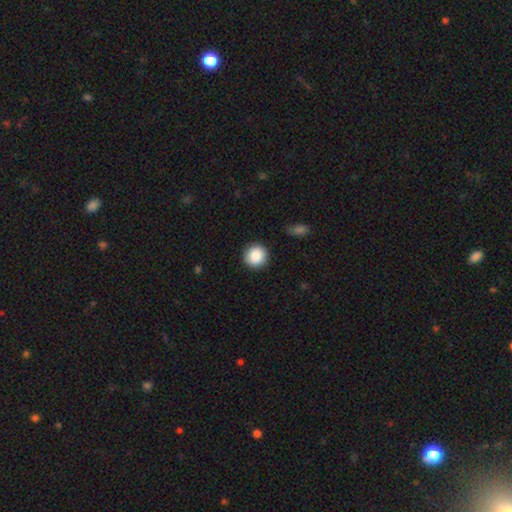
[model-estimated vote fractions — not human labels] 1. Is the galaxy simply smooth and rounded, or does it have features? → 88% smooth, 8% star or artifact, 4% featured or disk.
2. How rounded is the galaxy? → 92% round, 7% in between, 1% cigar-shaped.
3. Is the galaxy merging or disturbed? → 89% none, 7% minor disturbance, 2% major disturbance, 1% merger.